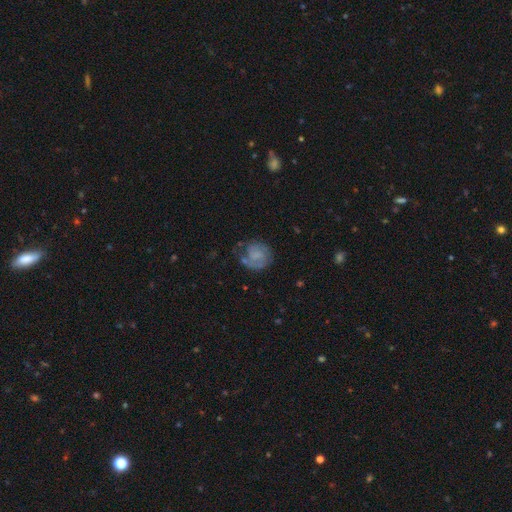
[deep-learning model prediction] smooth-or-featured: smooth: 48% | featured or disk: 43% | star or artifact: 9%
  merging: none: 55% | minor disturbance: 24% | major disturbance: 18% | merger: 4%